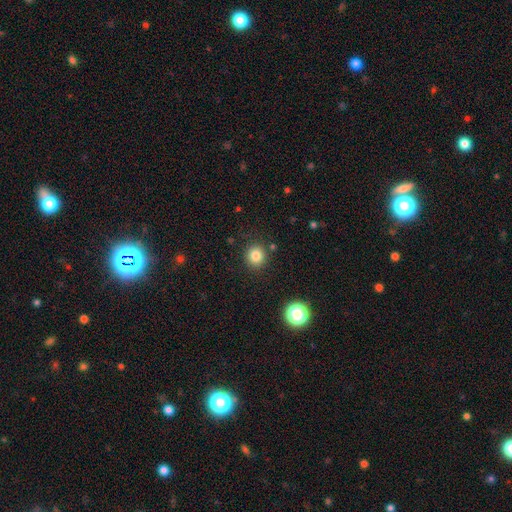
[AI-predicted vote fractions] Smooth or featured? smooth (82%)
How rounded? round (89%)
Merging? none (87%)